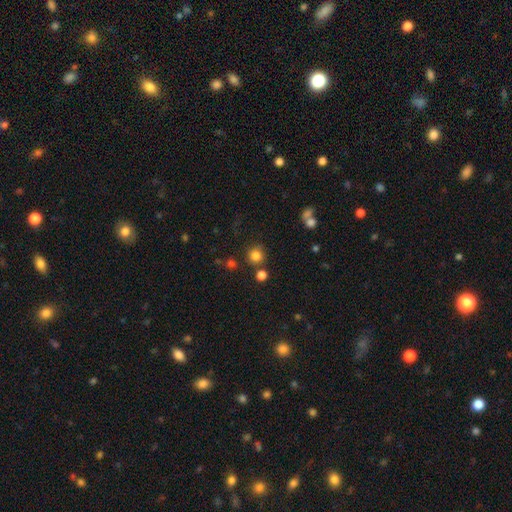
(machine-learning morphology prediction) This is clearly a smooth galaxy (81%). How rounded: clearly round (91%). Merging: likely none (80%).